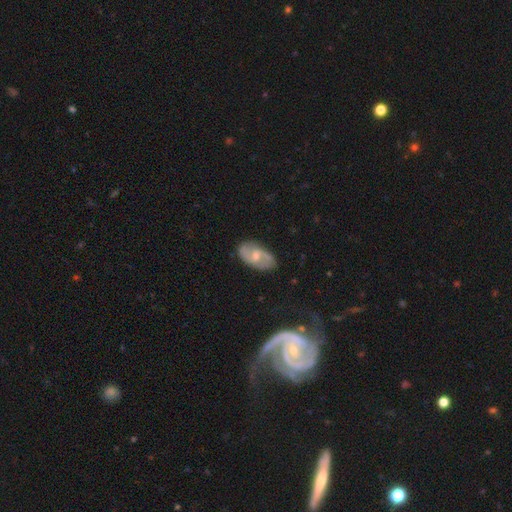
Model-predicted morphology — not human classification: A featured or disk galaxy (66%) with a weak bar (48%), 2 (82%) medium (42%) spiral arms (83%) and a moderate central bulge (49%).

Vote fractions:
- Smooth or featured? featured or disk: 66% / smooth: 27% / star or artifact: 6%
- Edge-on disk? no: 95% / yes: 5%
- Bar? weak: 48% / no: 40% / strong: 12%
- Spiral arms? yes: 83% / no: 17%
- Spiral winding? medium: 42% / loose: 38% / tight: 20%
- Spiral arm count? 2: 82% / can't tell: 11% / 1: 2% / 3: 2% / 4: 1% / more than 4: 1%
- Bulge size? moderate: 49% / small: 46% / none: 2% / large: 2% / dominant: 1%
- Merging? none: 80% / minor disturbance: 15% / major disturbance: 4% / merger: 1%